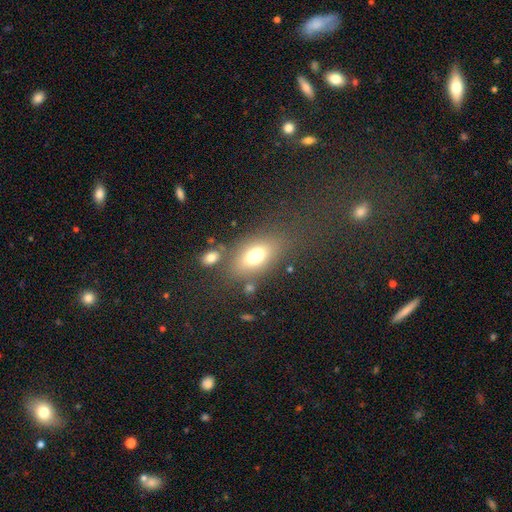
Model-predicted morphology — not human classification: This is likely a smooth galaxy (69%). How rounded: clearly in between (82%). Merging: possibly none (58%).